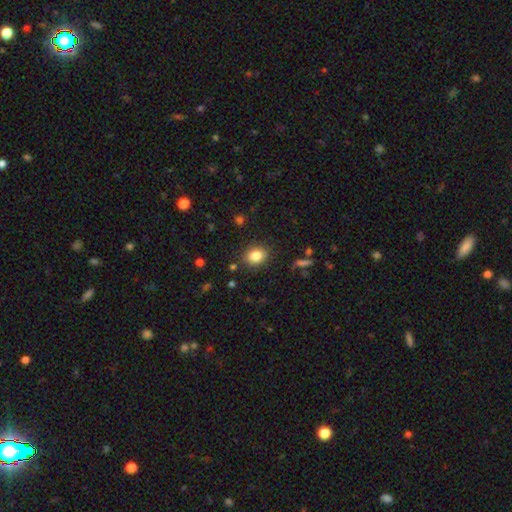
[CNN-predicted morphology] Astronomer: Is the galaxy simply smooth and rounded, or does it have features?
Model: smooth — 84%.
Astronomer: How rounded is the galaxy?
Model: in between — 60% (runner-up: round, 39%).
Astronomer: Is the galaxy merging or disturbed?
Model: none — 86%.